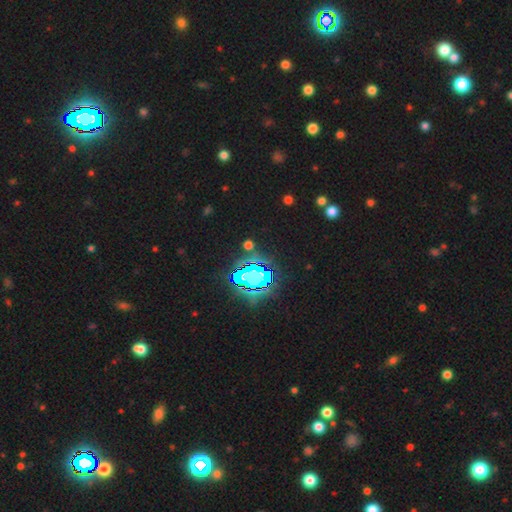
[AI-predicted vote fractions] Smooth or featured? star or artifact (80%)